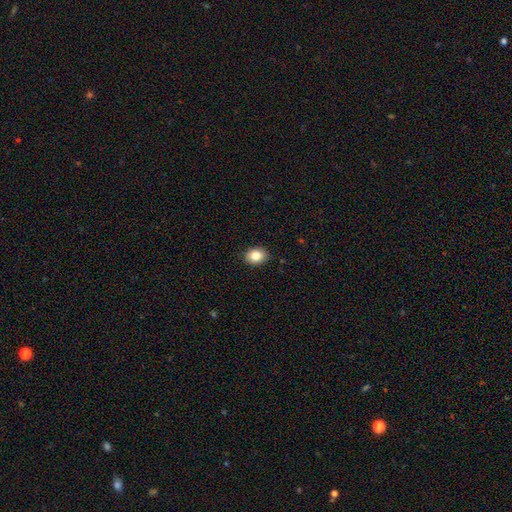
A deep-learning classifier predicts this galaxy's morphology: Smooth or featured?
  - smooth: 85% *
  - star or artifact: 9%
  - featured or disk: 7%
How rounded?
  - in between: 59% *
  - round: 40%
  - cigar-shaped: 1%
Merging?
  - none: 89% *
  - minor disturbance: 8%
  - major disturbance: 2%
  - merger: 1%